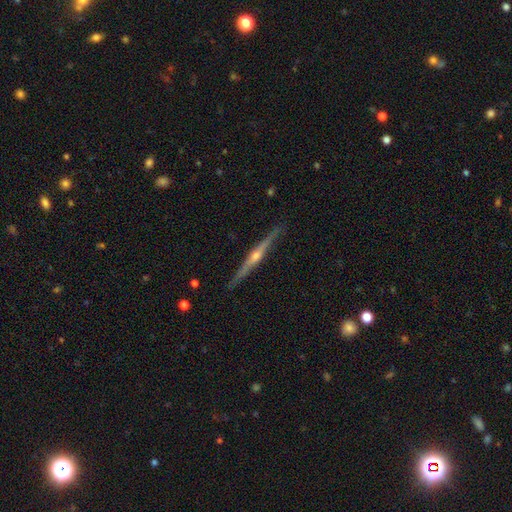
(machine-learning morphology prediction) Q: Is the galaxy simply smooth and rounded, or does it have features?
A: featured or disk — 86%.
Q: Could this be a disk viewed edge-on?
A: yes — 98%.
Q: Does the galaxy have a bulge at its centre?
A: rounded — 90%.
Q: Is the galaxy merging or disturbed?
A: none — 91%.